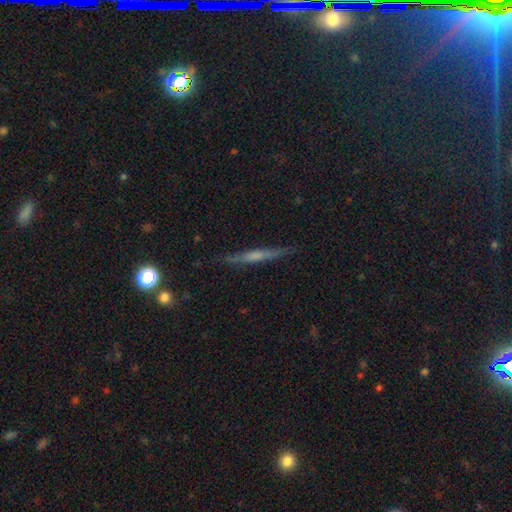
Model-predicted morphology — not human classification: Smooth or featured: featured or disk — 58% (smooth — 34%)
Edge-on disk: yes — 96% (no — 4%)
Edge-on bulge: none — 45% (rounded — 38%)
Merging: none — 88% (minor disturbance — 9%)